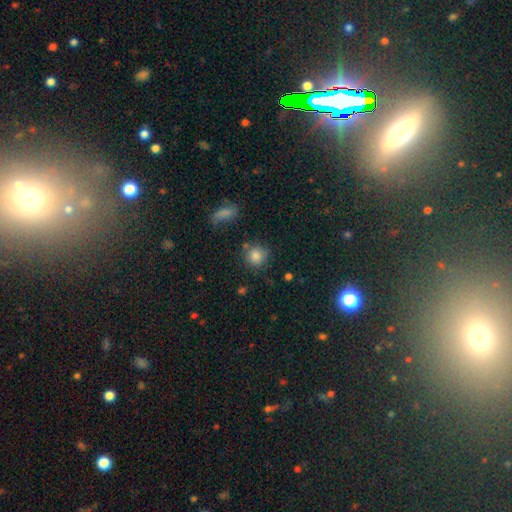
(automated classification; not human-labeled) Smooth or featured? Predicted: smooth (p=0.82). How rounded? Predicted: round (p=0.88). Merging? Predicted: none (p=0.73).